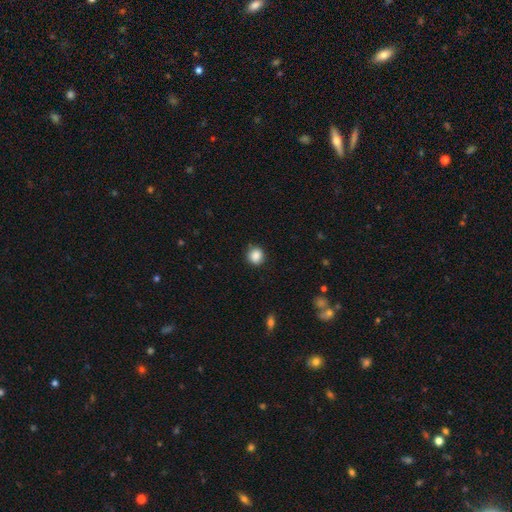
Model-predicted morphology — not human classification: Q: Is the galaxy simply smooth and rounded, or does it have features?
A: smooth — 87%.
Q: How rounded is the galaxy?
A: round — 85%.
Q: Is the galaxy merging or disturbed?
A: none — 86%.